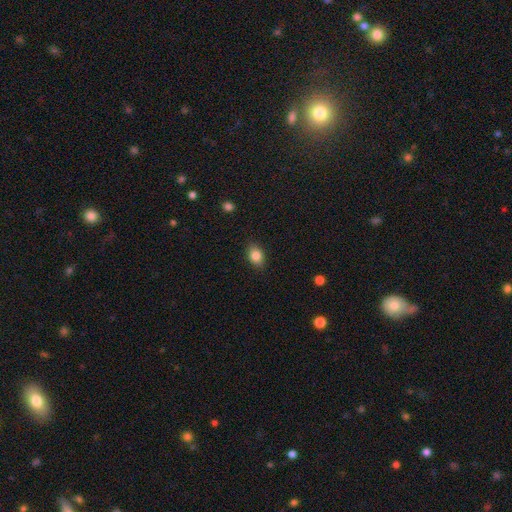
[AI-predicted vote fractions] Morphology: type=smooth (85%); roundness=in between (73%); merging=none (85%).